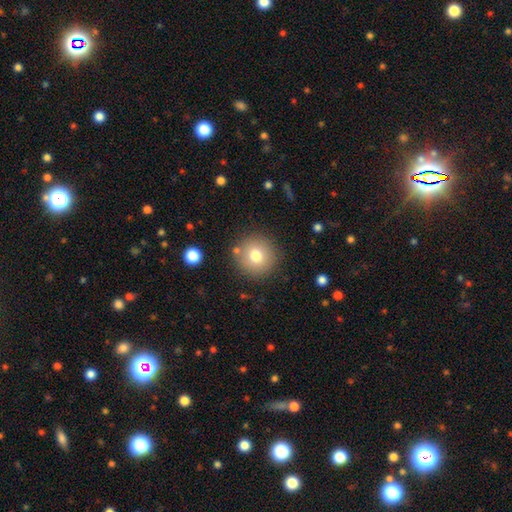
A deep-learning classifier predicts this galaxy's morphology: Smooth or featured?
  - smooth: 75% *
  - featured or disk: 14%
  - star or artifact: 11%
How rounded?
  - round: 94% *
  - in between: 5%
  - cigar-shaped: 1%
Merging?
  - none: 85% *
  - minor disturbance: 8%
  - merger: 3%
  - major disturbance: 3%